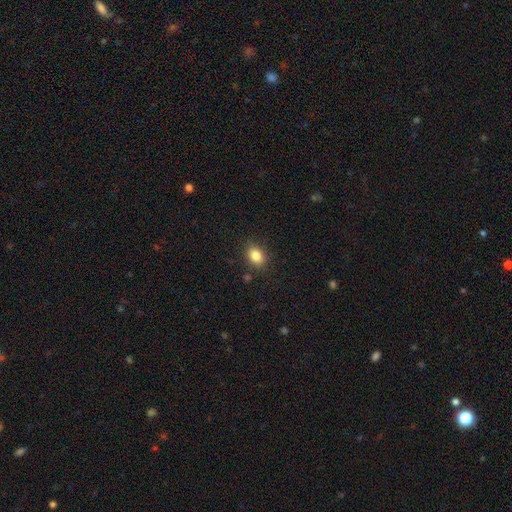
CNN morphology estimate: Smooth or featured? smooth (84%)
How rounded? in between (67%)
Merging? none (85%)